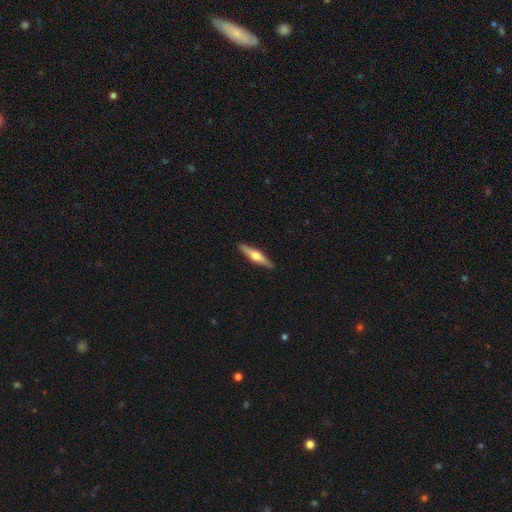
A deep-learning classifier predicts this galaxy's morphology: A featured or disk galaxy (56%) viewed edge-on (95%) with a rounded central bulge (92%). Merging: none (91%).